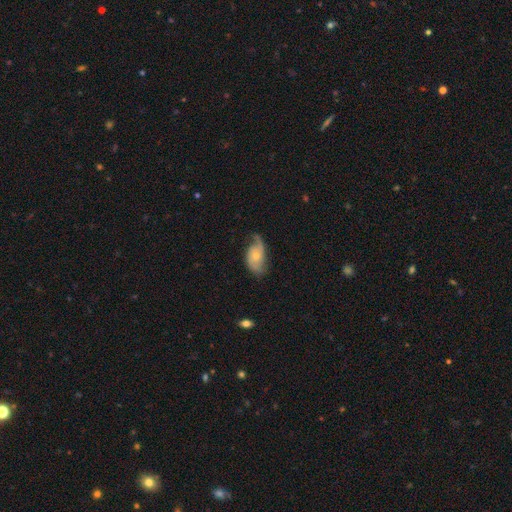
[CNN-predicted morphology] Q: Smooth or featured?
A: featured or disk (65%); runner-up: smooth (29%)
Q: Edge-on disk?
A: no (95%); runner-up: yes (5%)
Q: Bar?
A: no (75%); runner-up: weak (21%)
Q: Spiral arms?
A: yes (89%); runner-up: no (11%)
Q: Spiral winding?
A: loose (48%); runner-up: medium (35%)
Q: Spiral arm count?
A: 2 (69%); runner-up: 1 (18%)
Q: Bulge size?
A: small (54%); runner-up: moderate (40%)
Q: Merging?
A: none (49%); runner-up: minor disturbance (31%)